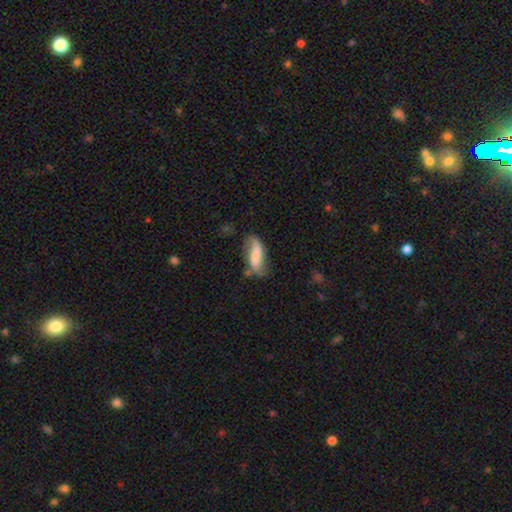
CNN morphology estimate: A smooth galaxy with no disk features (47%).

Vote fractions:
- Smooth or featured? smooth: 47% / featured or disk: 45% / star or artifact: 8%
- Merging? none: 49% / minor disturbance: 28% / major disturbance: 17% / merger: 6%